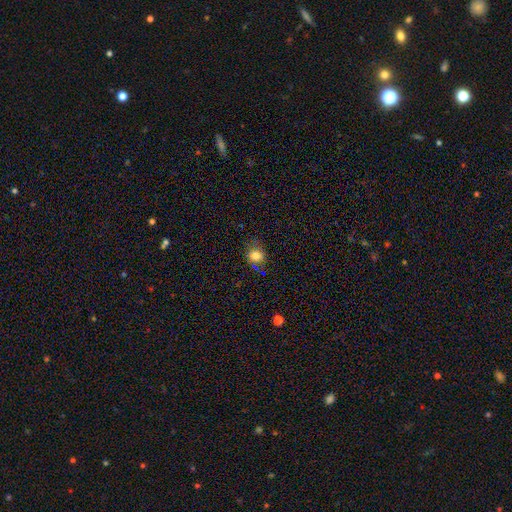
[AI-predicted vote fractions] Q: Smooth or featured?
A: smooth (82%); runner-up: star or artifact (11%)
Q: How rounded?
A: round (75%); runner-up: in between (24%)
Q: Merging?
A: none (69%); runner-up: minor disturbance (21%)